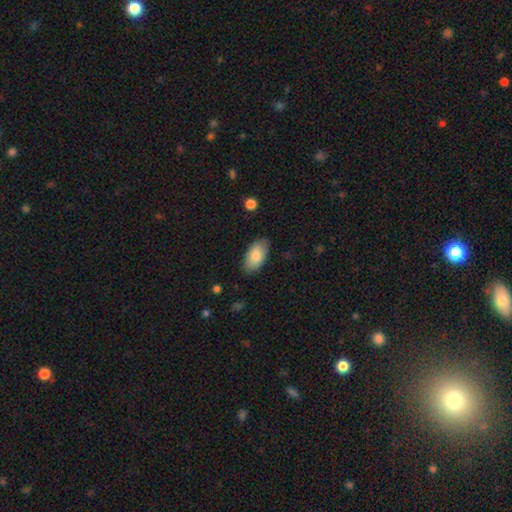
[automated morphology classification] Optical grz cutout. It shows a smooth galaxy with no disk features (81%) that is in between round and cigar-shaped (95%). Merging: none (82%).